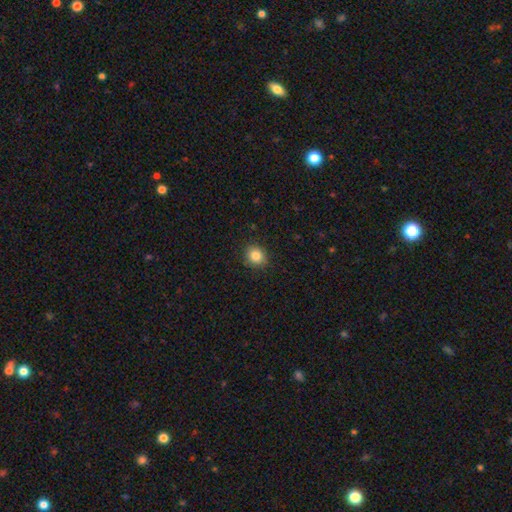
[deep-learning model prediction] smooth_or_featured: smooth (p=0.84) [alt: star or artifact p=0.11]
how_rounded: round (p=0.73) [alt: in between p=0.26]
merging: none (p=0.90) [alt: minor disturbance p=0.07]